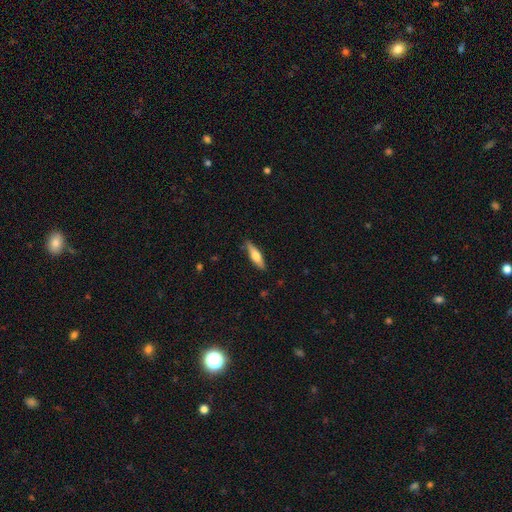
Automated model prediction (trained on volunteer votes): A smooth galaxy with no disk features (55%) that is cigar-shaped (69%).

Vote fractions:
- Smooth or featured? smooth: 55% / featured or disk: 39% / star or artifact: 5%
- How rounded? cigar-shaped: 69% / in between: 29% / round: 2%
- Merging? none: 86% / minor disturbance: 11% / major disturbance: 2% / merger: 1%